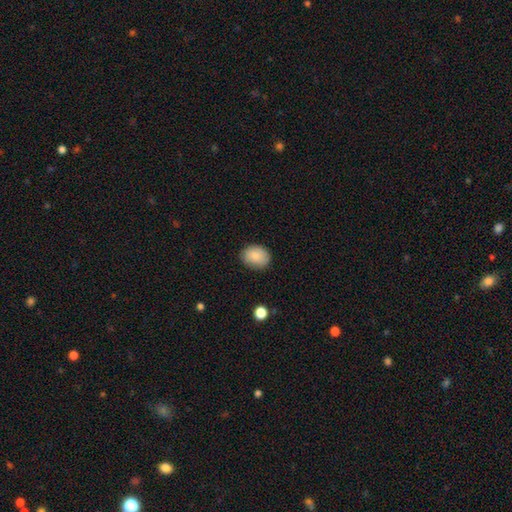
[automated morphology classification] This appears to be a smooth galaxy with no disk features (85%) that is in between round and cigar-shaped (54%). Merging: none (85%).